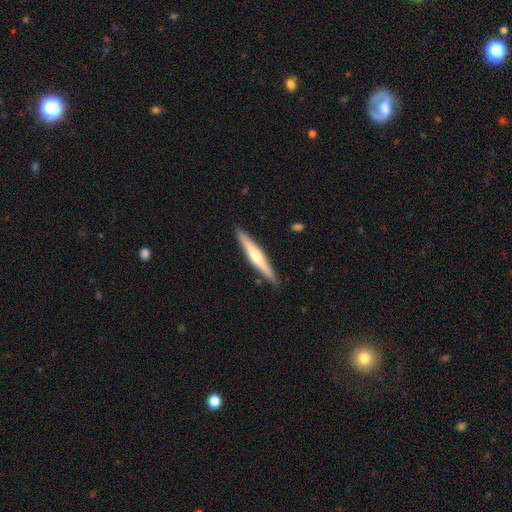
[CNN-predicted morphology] This is likely a featured or disk galaxy (61%). It is clearly viewed edge-on (97%). Edge-on bulge: clearly rounded (83%). Merging: clearly none (90%).